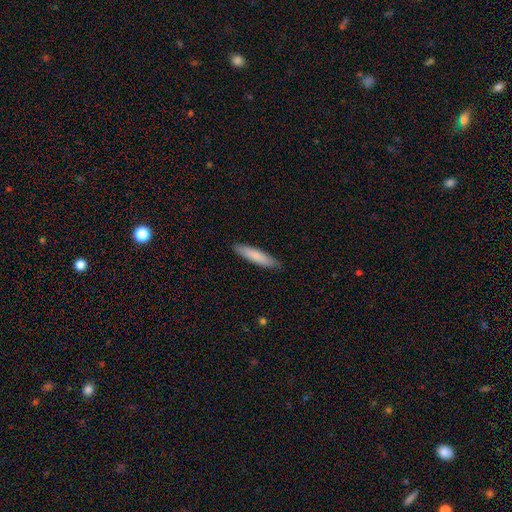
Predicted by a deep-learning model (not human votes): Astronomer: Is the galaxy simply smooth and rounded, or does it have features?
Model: smooth — 81%.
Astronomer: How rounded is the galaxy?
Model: cigar-shaped — 83%.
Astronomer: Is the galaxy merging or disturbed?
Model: none — 89%.